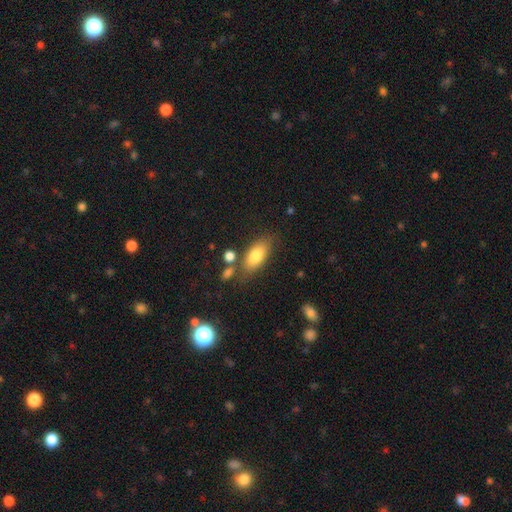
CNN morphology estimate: Q: Smooth or featured?
A: smooth (79%); runner-up: featured or disk (14%)
Q: How rounded?
A: in between (86%); runner-up: cigar-shaped (10%)
Q: Merging?
A: none (70%); runner-up: minor disturbance (16%)